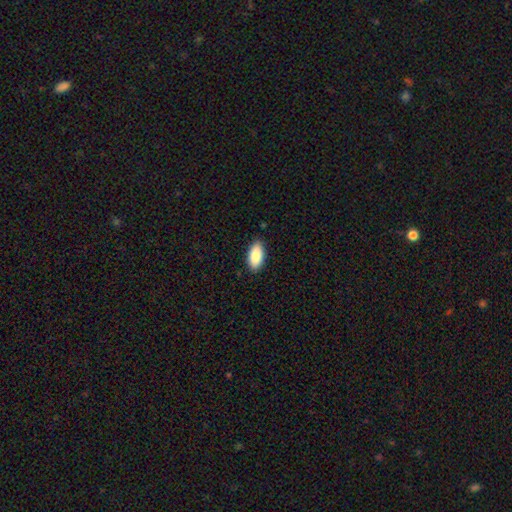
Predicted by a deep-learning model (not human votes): A smooth galaxy with no disk features (88%) that is in between round and cigar-shaped (93%). Merging: none (87%).